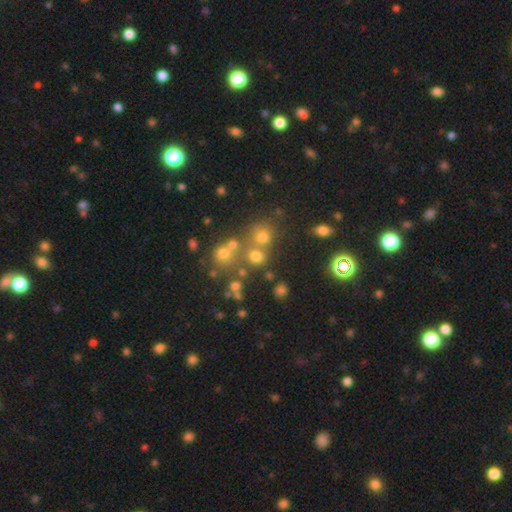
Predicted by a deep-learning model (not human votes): Smooth or featured?
  - smooth: 63% *
  - star or artifact: 24%
  - featured or disk: 13%
How rounded?
  - round: 84% *
  - in between: 15%
  - cigar-shaped: 1%
Merging?
  - none: 59% *
  - merger: 27%
  - minor disturbance: 9%
  - major disturbance: 4%